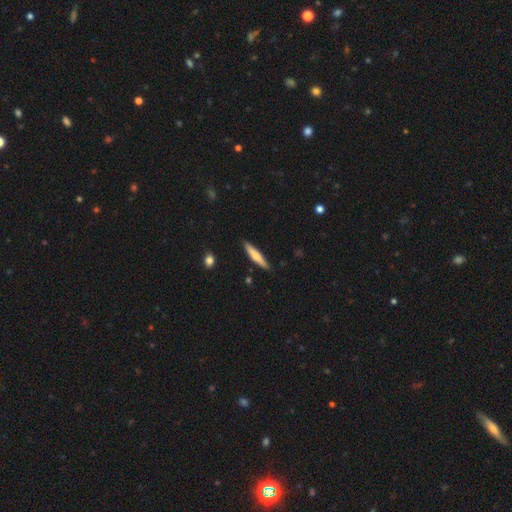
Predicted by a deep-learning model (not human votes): Q: Smooth or featured?
A: smooth (62%); runner-up: featured or disk (33%)
Q: How rounded?
A: cigar-shaped (90%); runner-up: in between (8%)
Q: Merging?
A: none (89%); runner-up: minor disturbance (8%)